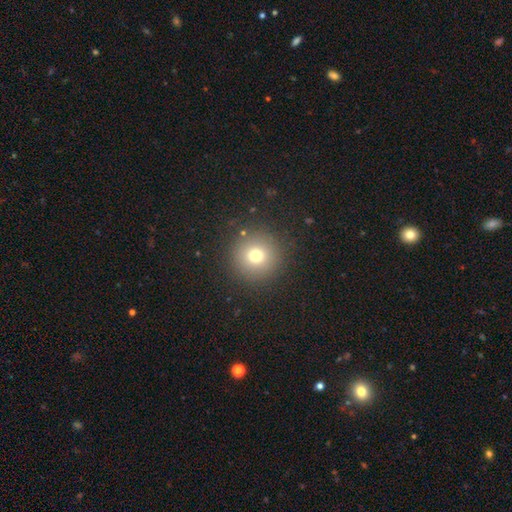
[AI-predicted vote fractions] smooth_or_featured: smooth (p=0.73) [alt: star or artifact p=0.17]
how_rounded: round (p=0.96) [alt: in between p=0.03]
merging: none (p=0.89) [alt: minor disturbance p=0.06]